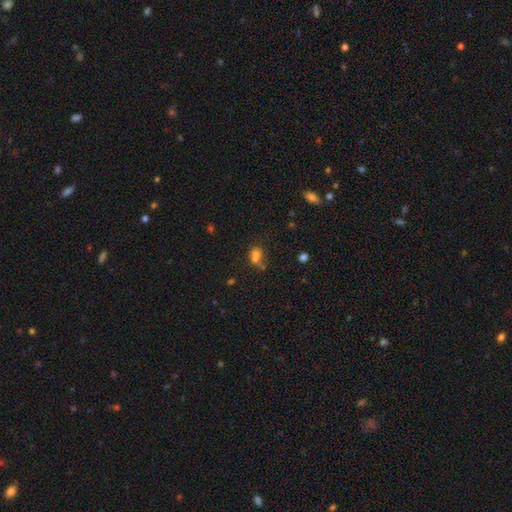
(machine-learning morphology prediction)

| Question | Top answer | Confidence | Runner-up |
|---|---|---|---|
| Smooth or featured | smooth | 71% | star or artifact (18%) |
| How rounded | in between | 56% | round (41%) |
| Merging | merger | 44% | none (31%) |